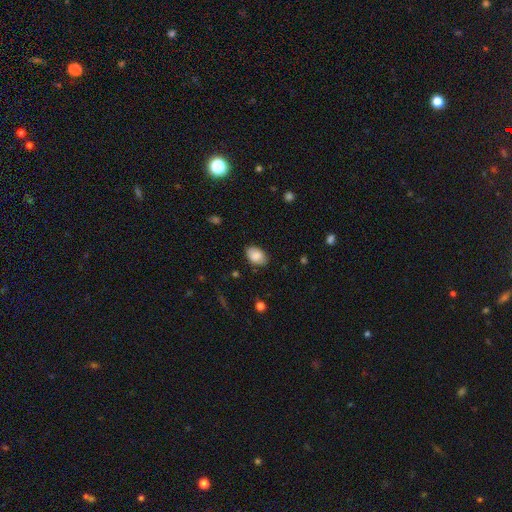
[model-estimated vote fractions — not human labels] Smooth or featured? smooth (85%)
How rounded? in between (87%)
Merging? none (80%)